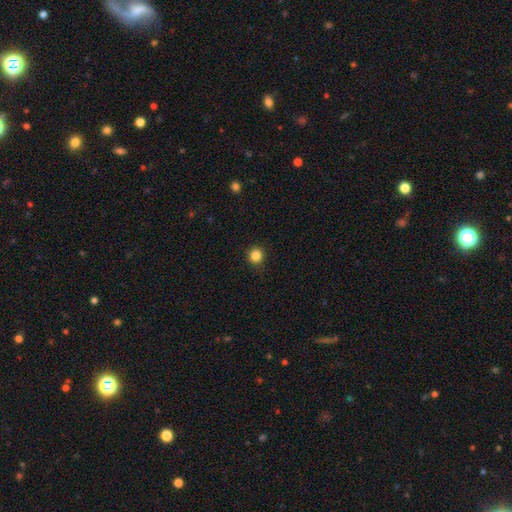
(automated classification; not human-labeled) Q: Smooth or featured?
A: smooth (85%); runner-up: star or artifact (11%)
Q: How rounded?
A: round (93%); runner-up: in between (6%)
Q: Merging?
A: none (90%); runner-up: minor disturbance (7%)